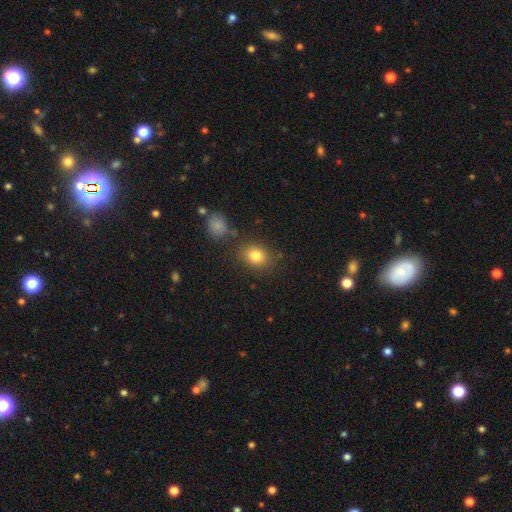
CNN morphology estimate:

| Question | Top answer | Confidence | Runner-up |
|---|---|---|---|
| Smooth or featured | smooth | 82% | star or artifact (11%) |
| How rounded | round | 54% | in between (45%) |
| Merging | none | 76% | minor disturbance (13%) |